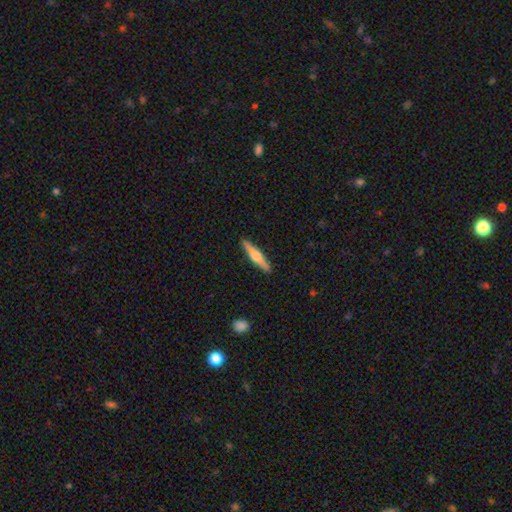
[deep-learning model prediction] This is possibly a featured or disk galaxy (56%). It is clearly viewed edge-on (97%). Edge-on bulge: clearly rounded (87%). Merging: clearly none (90%).